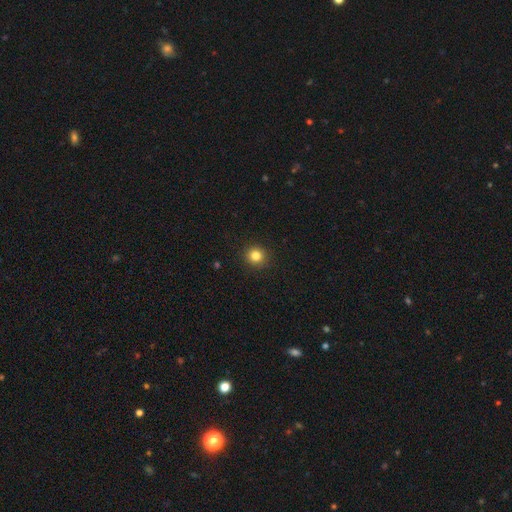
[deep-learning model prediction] A smooth galaxy with no disk features (82%) that is round (93%). Merging: none (92%).